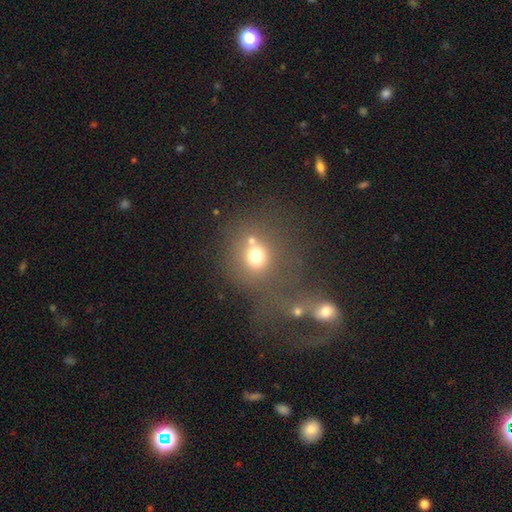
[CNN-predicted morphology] A smooth galaxy with no disk features (68%) that is round (81%). Merging: none (43%).